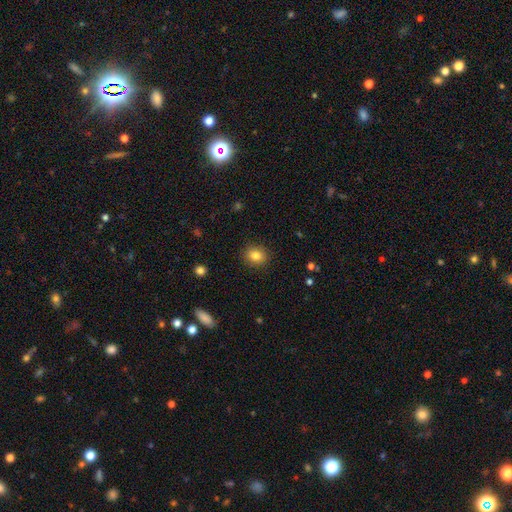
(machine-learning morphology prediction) smooth_or_featured: smooth (p=0.82) [alt: star or artifact p=0.11]
how_rounded: round (p=0.65) [alt: in between p=0.34]
merging: none (p=0.89) [alt: minor disturbance p=0.07]